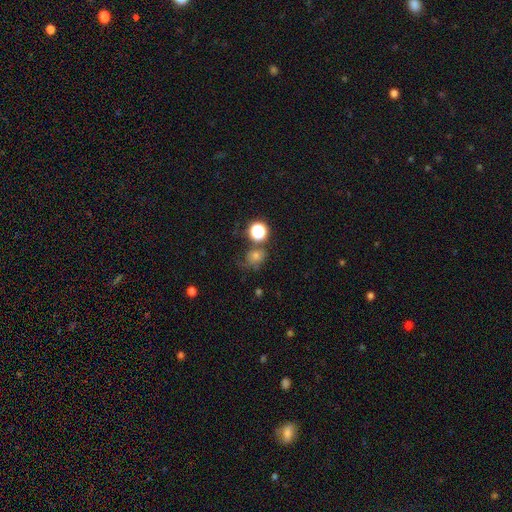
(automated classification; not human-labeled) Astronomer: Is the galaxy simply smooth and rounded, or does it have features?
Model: smooth — 58%.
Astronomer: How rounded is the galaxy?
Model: round — 71%.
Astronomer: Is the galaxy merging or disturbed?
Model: none — 51%.